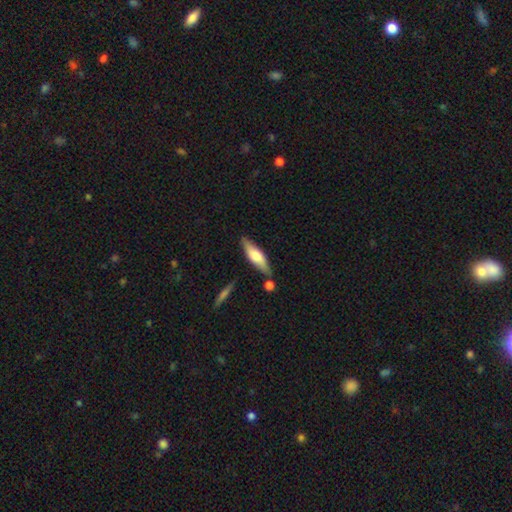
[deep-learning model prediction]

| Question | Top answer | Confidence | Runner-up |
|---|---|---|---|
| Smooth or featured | smooth | 55% | featured or disk (39%) |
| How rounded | cigar-shaped | 56% | in between (42%) |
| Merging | none | 75% | minor disturbance (14%) |